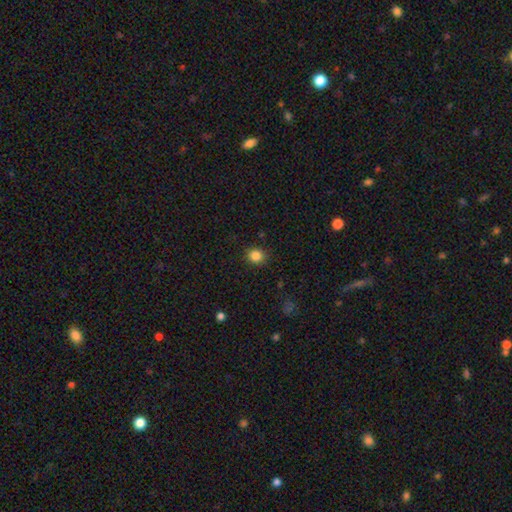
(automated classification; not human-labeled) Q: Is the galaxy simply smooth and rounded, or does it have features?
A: smooth — 85%.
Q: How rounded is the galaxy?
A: round — 83%.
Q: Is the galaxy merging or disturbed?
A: none — 88%.